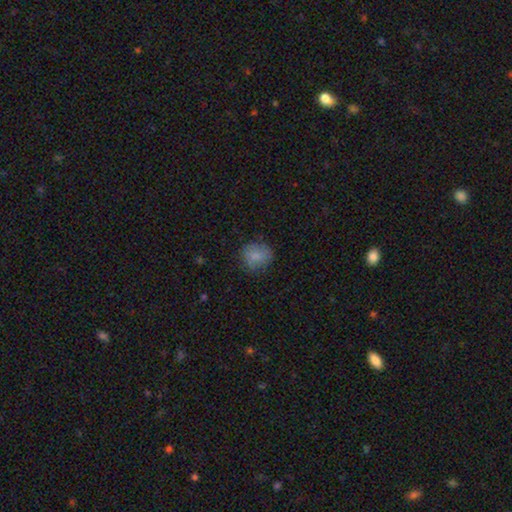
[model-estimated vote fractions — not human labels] smooth-or-featured: smooth: 81% | featured or disk: 10% | star or artifact: 9%
  how-rounded: round: 76% | in between: 23% | cigar-shaped: 1%
  merging: none: 74% | minor disturbance: 19% | major disturbance: 6% | merger: 1%